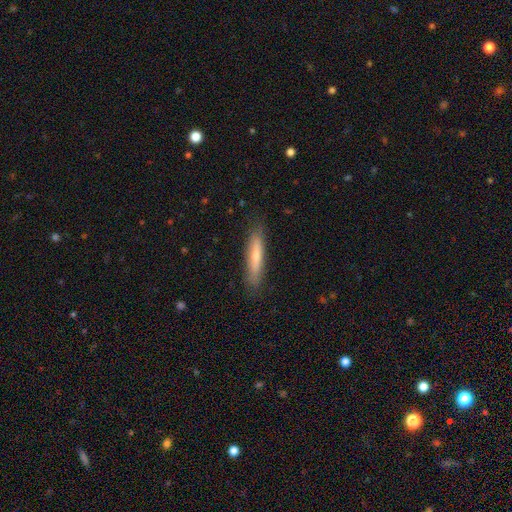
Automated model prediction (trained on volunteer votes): The model was most divided on "smooth or featured": smooth: 62%, featured or disk: 31%, star or artifact: 6%. More confident: how rounded — cigar-shaped (88%); merging — none (86%).